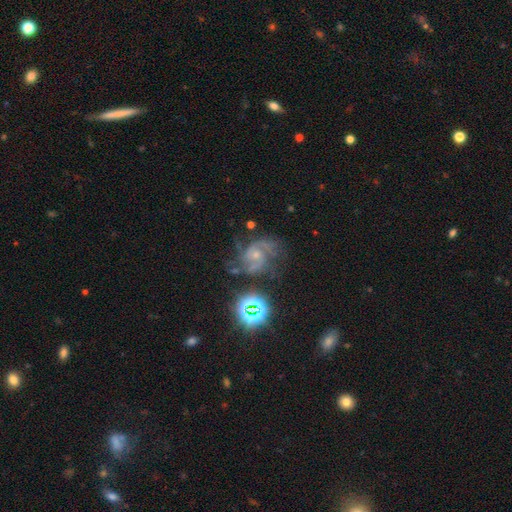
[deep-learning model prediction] Smooth or featured: featured or disk — 79% (star or artifact — 14%)
Edge-on disk: no — 98% (yes — 2%)
Bar: no — 65% (weak — 29%)
Spiral arms: yes — 96% (no — 4%)
Spiral winding: medium — 56% (tight — 26%)
Spiral arm count: 2 — 52% (3 — 23%)
Bulge size: small — 58% (moderate — 34%)
Merging: none — 54% (minor disturbance — 23%)